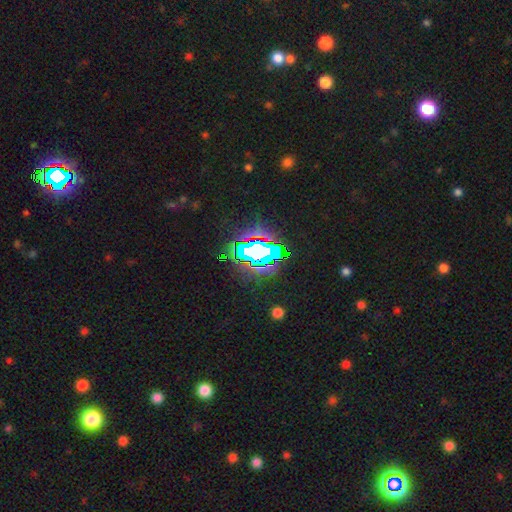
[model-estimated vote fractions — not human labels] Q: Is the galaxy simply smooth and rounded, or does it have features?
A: star or artifact — 66%.